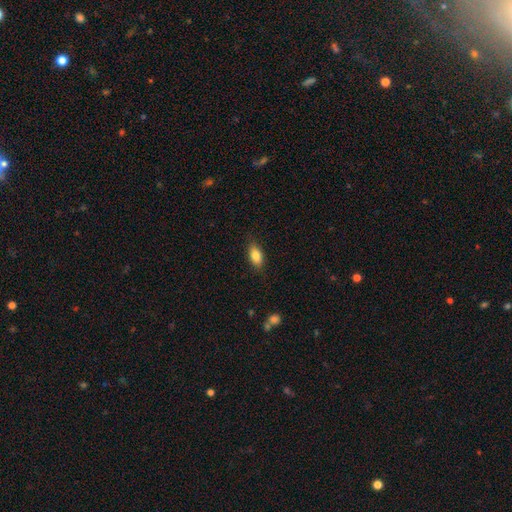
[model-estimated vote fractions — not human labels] Morphology: type=smooth (84%); roundness=in between (88%); merging=none (84%).